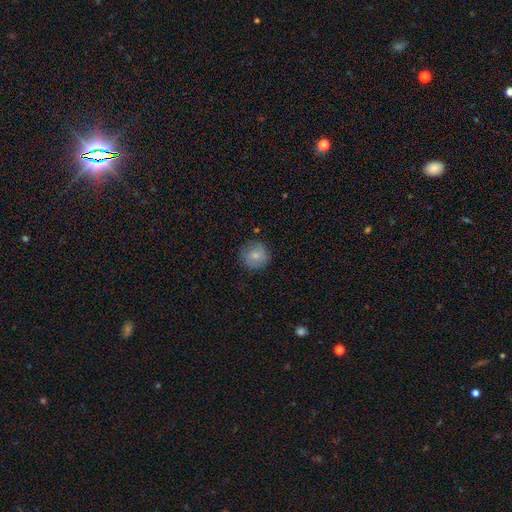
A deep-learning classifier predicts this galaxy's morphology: Overall: smooth (75%). How rounded: round (92%). Merging: none (82%).